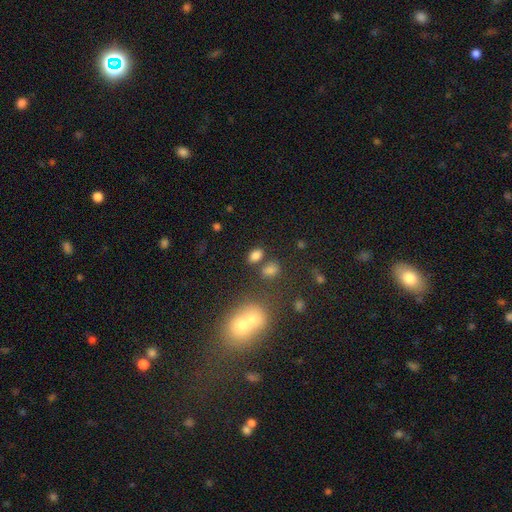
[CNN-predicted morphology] type=smooth (79%); roundness=in between (86%); merging=none (70%).